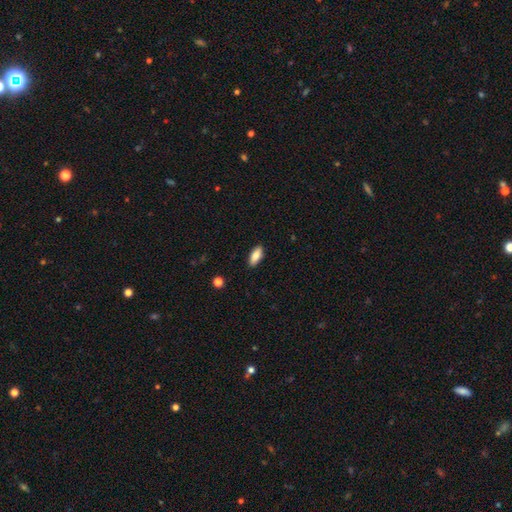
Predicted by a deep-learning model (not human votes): Q: Smooth or featured?
A: smooth (83%); runner-up: featured or disk (11%)
Q: How rounded?
A: in between (79%); runner-up: cigar-shaped (19%)
Q: Merging?
A: none (89%); runner-up: minor disturbance (8%)